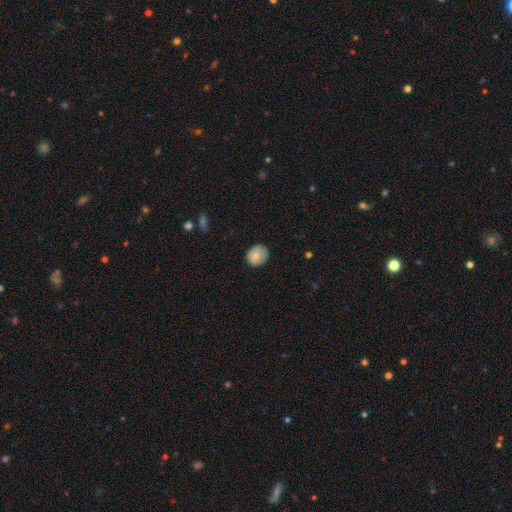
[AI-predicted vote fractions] A smooth galaxy with no disk features (77%) that is round (71%). Merging: none (73%).